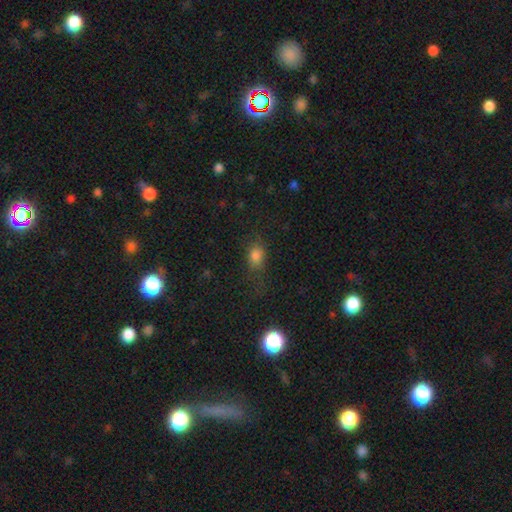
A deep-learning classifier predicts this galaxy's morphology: smooth-or-featured: smooth: 77% | star or artifact: 15% | featured or disk: 8%
  how-rounded: in between: 67% | round: 30% | cigar-shaped: 4%
  merging: none: 64% | minor disturbance: 21% | major disturbance: 13% | merger: 2%